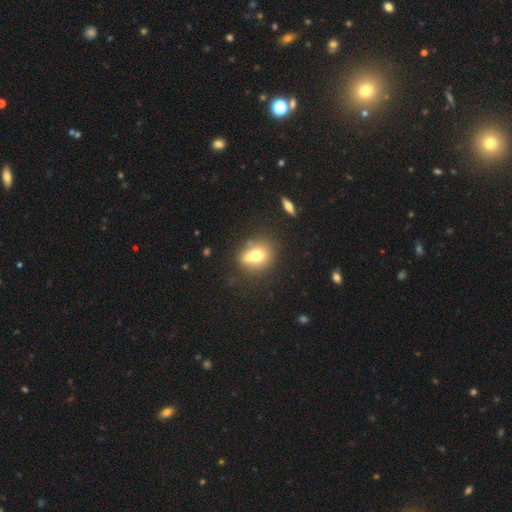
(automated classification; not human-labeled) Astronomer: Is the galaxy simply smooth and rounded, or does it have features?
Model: smooth — 66%.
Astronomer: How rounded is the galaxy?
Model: in between — 59% (runner-up: round, 37%).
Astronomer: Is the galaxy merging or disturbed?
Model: none — 57%.